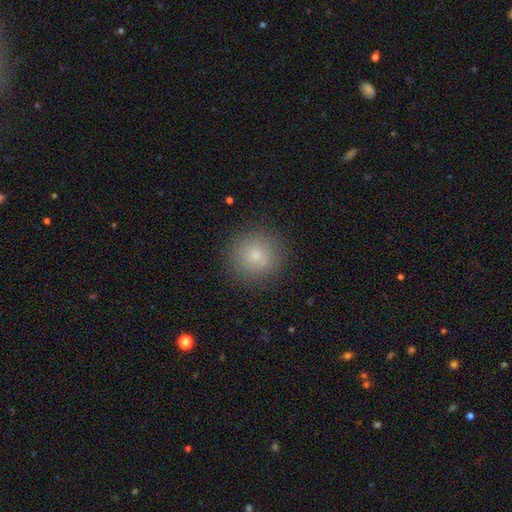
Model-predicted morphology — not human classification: Overall: smooth (80%). How rounded: round (94%). Merging: none (89%).